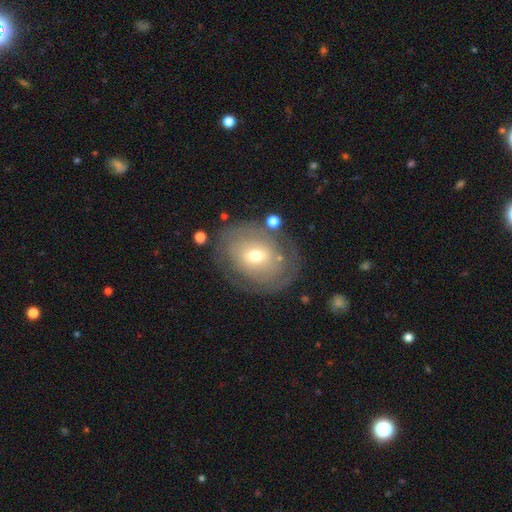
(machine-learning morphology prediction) featured or disk 62%, smooth 29%, star or artifact 9%. Down the decision tree: edge-on disk — no (95%); bar — no (64%); spiral arms — yes (65%); bulge size — moderate (54%); merging — none (74%).